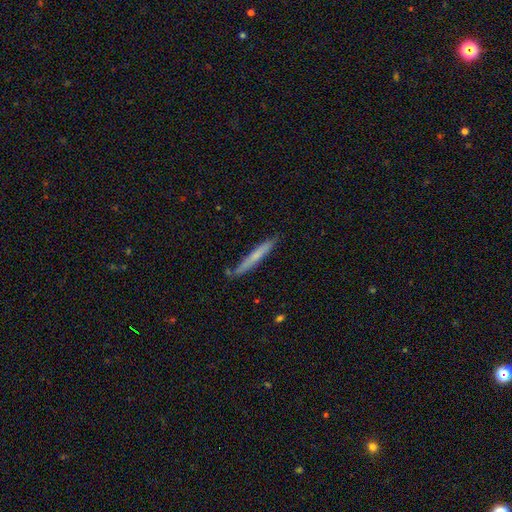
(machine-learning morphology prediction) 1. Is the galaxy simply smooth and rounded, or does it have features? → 60% smooth, 34% featured or disk, 6% star or artifact.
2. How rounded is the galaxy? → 96% cigar-shaped, 3% in between, 1% round.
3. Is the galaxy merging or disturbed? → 83% none, 13% minor disturbance, 3% merger, 2% major disturbance.